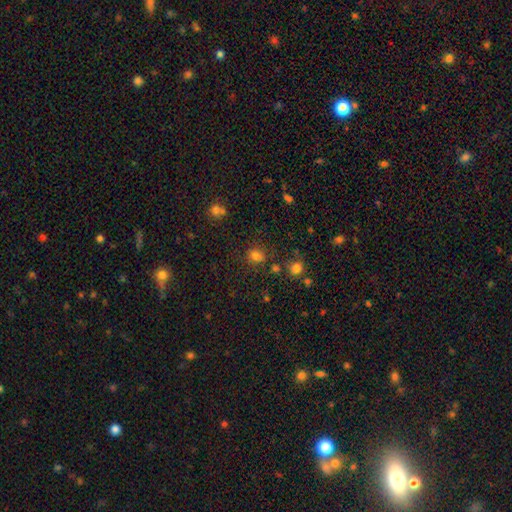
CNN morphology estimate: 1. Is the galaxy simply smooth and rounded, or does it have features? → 76% smooth, 18% star or artifact, 6% featured or disk.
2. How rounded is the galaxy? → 74% round, 25% in between, 1% cigar-shaped.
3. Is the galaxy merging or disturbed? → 73% none, 14% minor disturbance, 8% merger, 5% major disturbance.